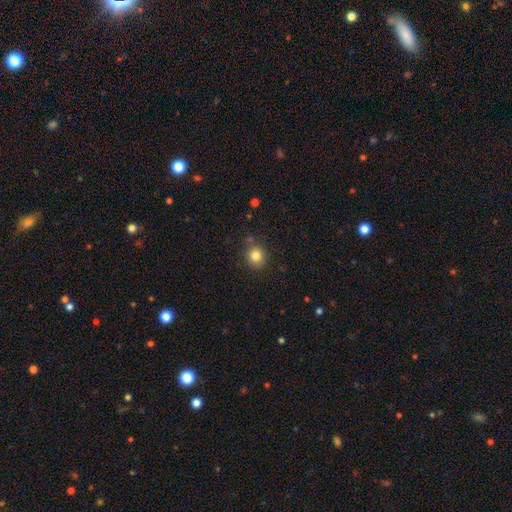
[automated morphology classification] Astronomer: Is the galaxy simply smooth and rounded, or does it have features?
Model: smooth — 82%.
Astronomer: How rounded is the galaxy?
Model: round — 85%.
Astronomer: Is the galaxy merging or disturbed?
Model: none — 83%.